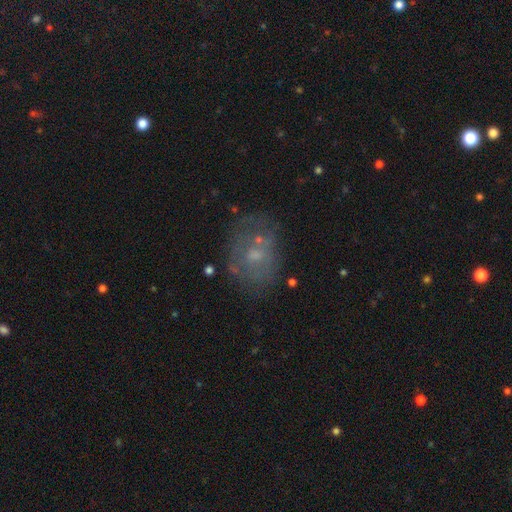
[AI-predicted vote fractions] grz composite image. It shows a featured or disk galaxy (48%). Merging: none (55%).